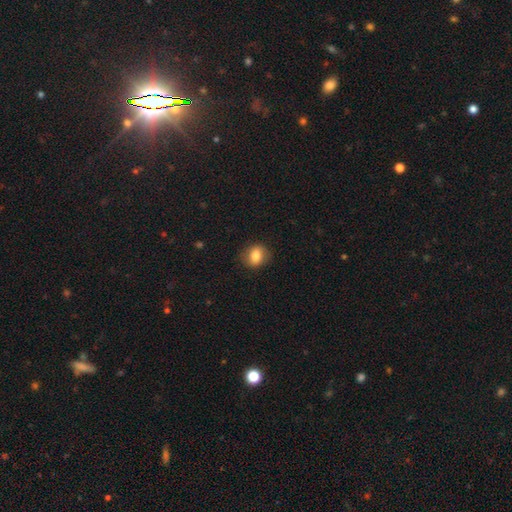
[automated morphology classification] Q: Smooth or featured?
A: smooth (78%); runner-up: featured or disk (13%)
Q: How rounded?
A: round (56%); runner-up: in between (43%)
Q: Merging?
A: none (84%); runner-up: minor disturbance (12%)